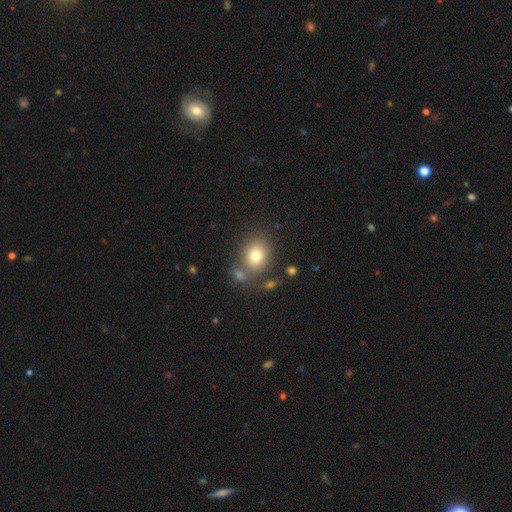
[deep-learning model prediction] smooth 77%, featured or disk 12%, star or artifact 12%. Down the decision tree: how rounded — round (62%); merging — none (67%).